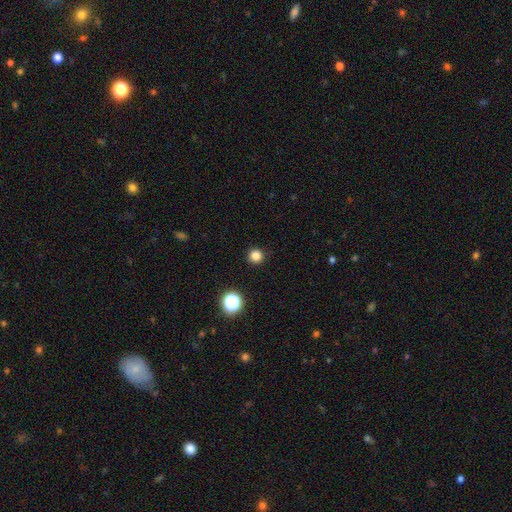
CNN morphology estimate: Smooth or featured: smooth — 82% (star or artifact — 15%)
How rounded: round — 96% (in between — 4%)
Merging: none — 92% (minor disturbance — 5%)